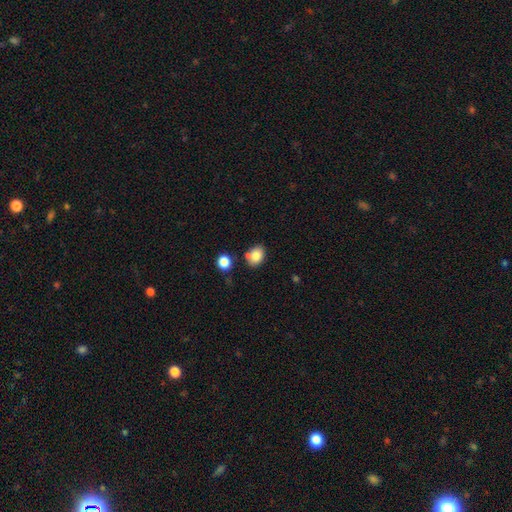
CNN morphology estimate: smooth 82%, star or artifact 9%, featured or disk 9%. Down the decision tree: how rounded — in between (60%); merging — none (71%).